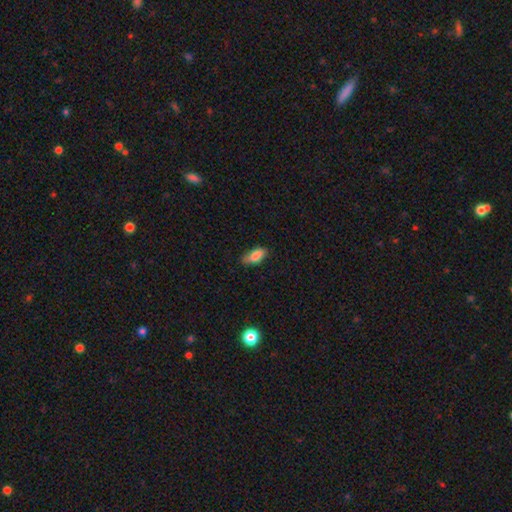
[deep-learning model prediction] smooth_or_featured: smooth (p=0.84) [alt: featured or disk p=0.09]
how_rounded: in between (p=0.86) [alt: cigar-shaped p=0.11]
merging: none (p=0.76) [alt: minor disturbance p=0.20]